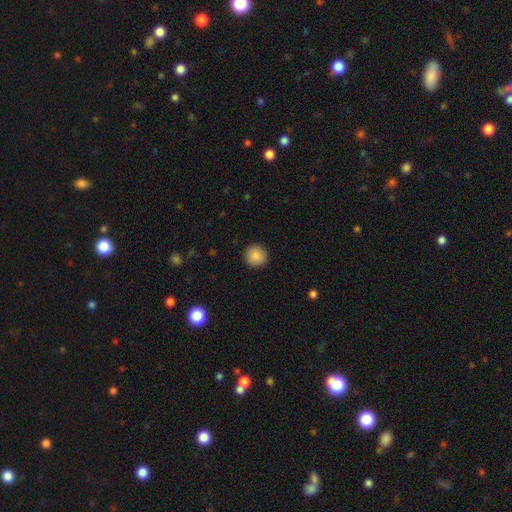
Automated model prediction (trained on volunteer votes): smooth 88%, star or artifact 8%, featured or disk 4%. Down the decision tree: how rounded — round (95%); merging — none (92%).